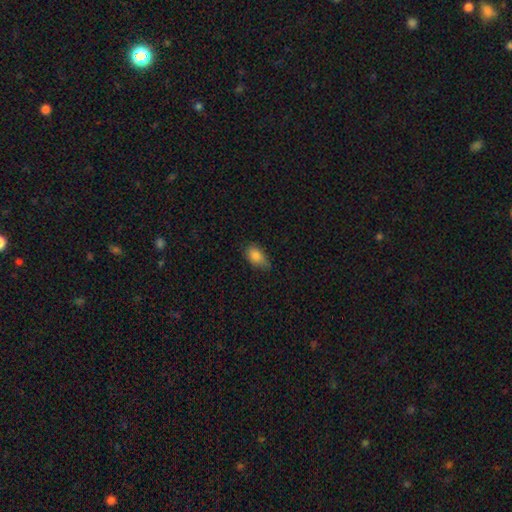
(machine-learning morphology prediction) A smooth galaxy with no disk features (83%) that is in between round and cigar-shaped (87%).

Vote fractions:
- Smooth or featured? smooth: 83% / star or artifact: 9% / featured or disk: 8%
- How rounded? in between: 87% / round: 10% / cigar-shaped: 3%
- Merging? none: 63% / minor disturbance: 31% / major disturbance: 5% / merger: 1%